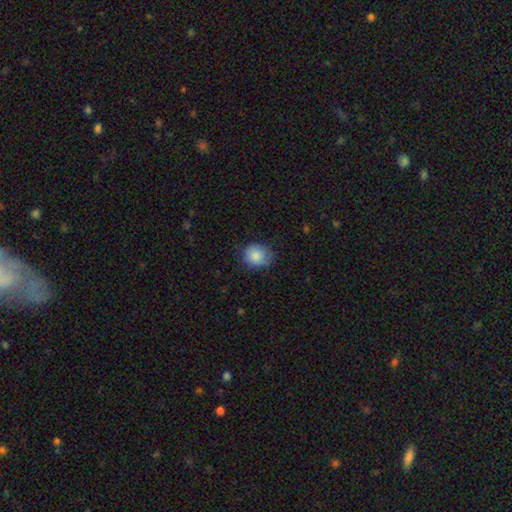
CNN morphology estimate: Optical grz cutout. It shows a smooth galaxy with no disk features (85%) that is round (67%). Merging: none (70%).